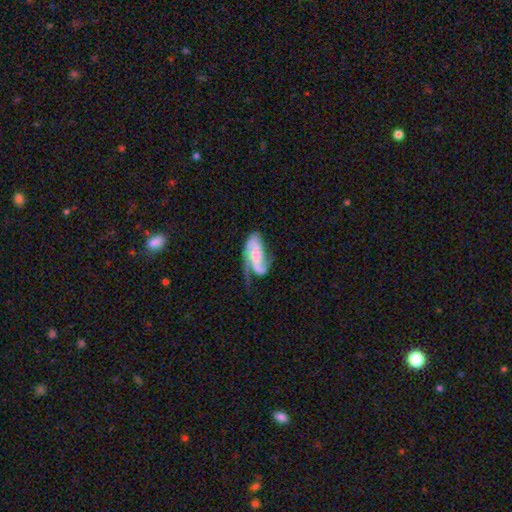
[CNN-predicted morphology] Smooth or featured?
  - featured or disk: 76% *
  - smooth: 19%
  - star or artifact: 6%
Edge-on disk?
  - no: 94% *
  - yes: 6%
Bar?
  - no: 44% *
  - weak: 36%
  - strong: 20%
Spiral arms?
  - yes: 93% *
  - no: 7%
Spiral winding?
  - medium: 42% *
  - loose: 35%
  - tight: 23%
Spiral arm count?
  - 2: 61% *
  - 1: 23%
  - can't tell: 8%
  - 3: 5%
  - 4: 1%
  - more than 4: 1%
Bulge size?
  - moderate: 40% *
  - small: 38%
  - none: 12%
  - large: 8%
  - dominant: 2%
Merging?
  - major disturbance: 36% *
  - none: 35%
  - minor disturbance: 26%
  - merger: 3%